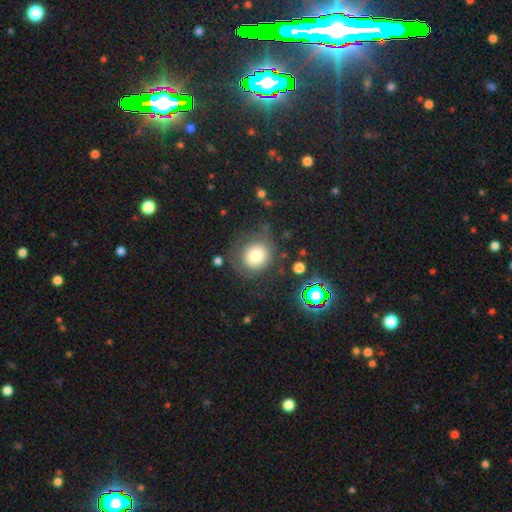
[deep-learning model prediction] The model was most divided on "merging": none: 63%, minor disturbance: 20%, major disturbance: 15%, merger: 3%. More confident: how rounded — round (85%); smooth or featured — smooth (74%).